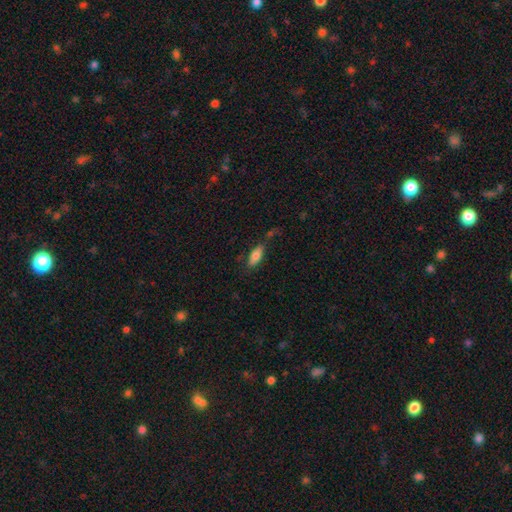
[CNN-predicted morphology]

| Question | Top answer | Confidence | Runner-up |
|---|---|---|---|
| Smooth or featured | smooth | 76% | featured or disk (17%) |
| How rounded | in between | 74% | cigar-shaped (24%) |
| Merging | none | 70% | minor disturbance (19%) |